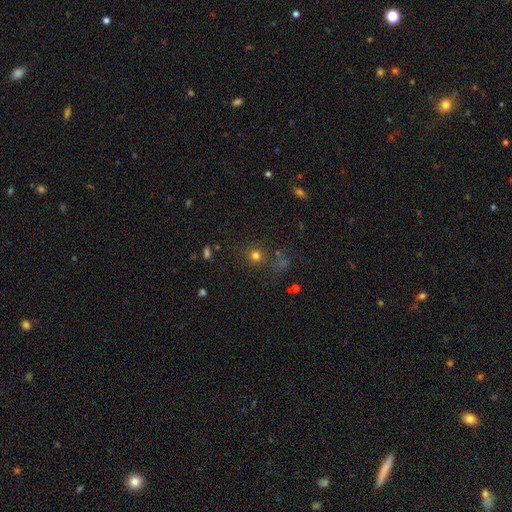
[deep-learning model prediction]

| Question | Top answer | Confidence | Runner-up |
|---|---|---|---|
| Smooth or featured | smooth | 71% | star or artifact (21%) |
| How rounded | round | 89% | in between (10%) |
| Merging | none | 75% | minor disturbance (12%) |